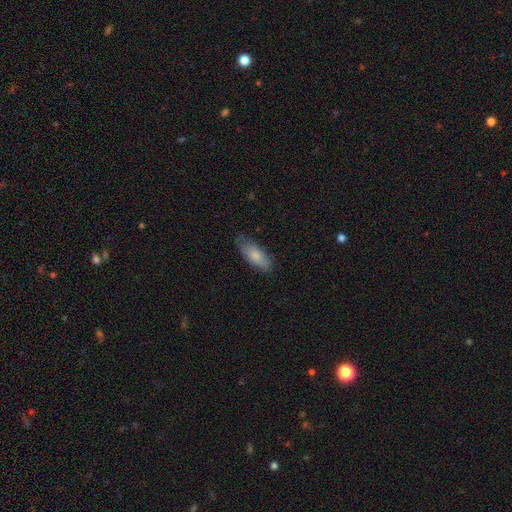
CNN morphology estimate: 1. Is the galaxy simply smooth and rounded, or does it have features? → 79% smooth, 15% featured or disk, 6% star or artifact.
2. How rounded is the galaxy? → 73% in between, 25% cigar-shaped, 2% round.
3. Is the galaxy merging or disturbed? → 74% none, 22% minor disturbance, 4% major disturbance, 1% merger.